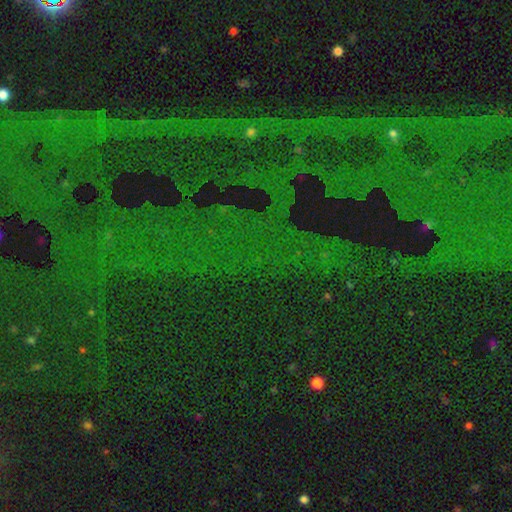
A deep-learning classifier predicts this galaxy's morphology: Overall: star or artifact (84%).